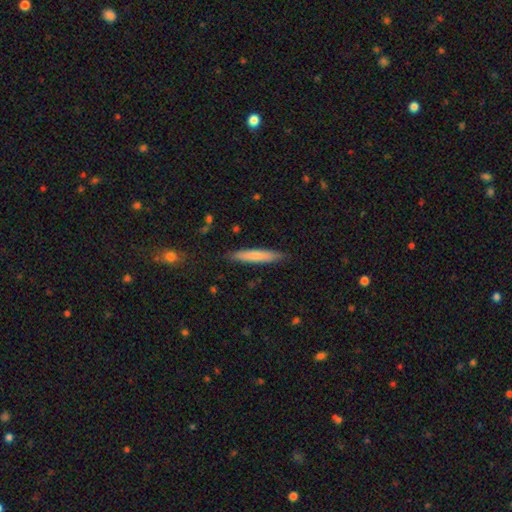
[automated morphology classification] A smooth galaxy with no disk features (73%) that is cigar-shaped (92%).

Vote fractions:
- Smooth or featured? smooth: 73% / featured or disk: 21% / star or artifact: 6%
- How rounded? cigar-shaped: 92% / in between: 7% / round: 1%
- Merging? none: 88% / minor disturbance: 9% / major disturbance: 2% / merger: 1%